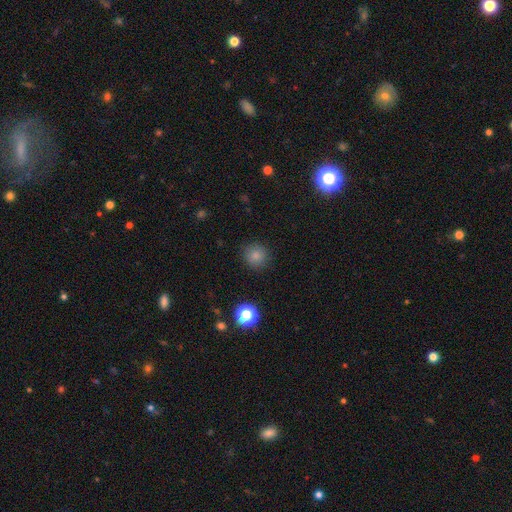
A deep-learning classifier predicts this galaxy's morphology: Q: Smooth or featured?
A: smooth (81%); runner-up: star or artifact (14%)
Q: How rounded?
A: round (93%); runner-up: in between (6%)
Q: Merging?
A: none (88%); runner-up: minor disturbance (8%)